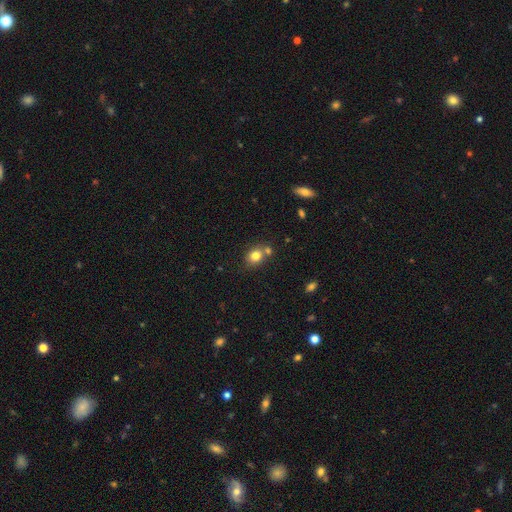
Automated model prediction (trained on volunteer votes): The model was most divided on "how rounded": round: 65%, in between: 34%, cigar-shaped: 1%. More confident: smooth or featured — smooth (79%); merging — none (61%).